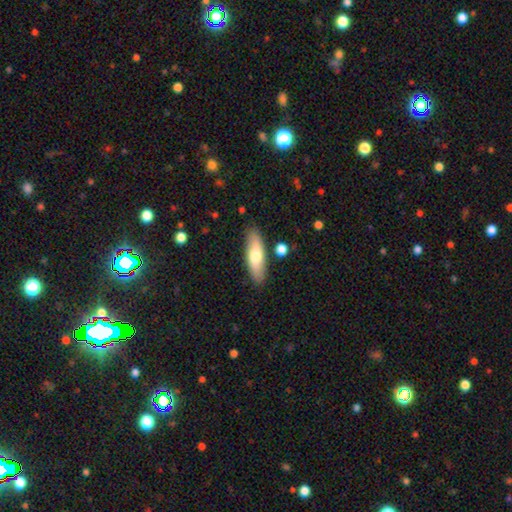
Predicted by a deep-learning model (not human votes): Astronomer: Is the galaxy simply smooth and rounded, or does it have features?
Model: smooth — 67%.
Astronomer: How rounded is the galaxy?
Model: in between — 49%, tied with cigar-shaped at 49%.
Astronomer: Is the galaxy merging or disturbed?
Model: none — 86%.